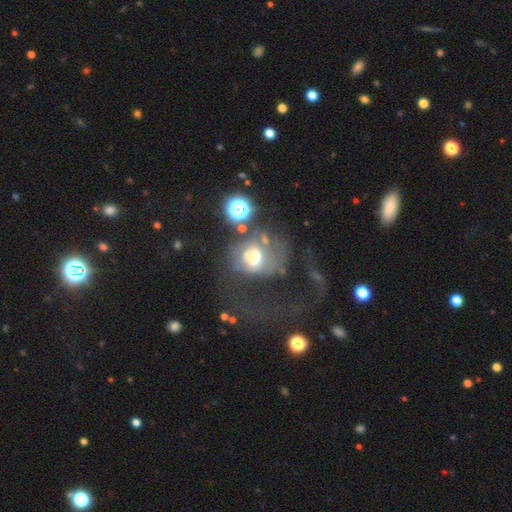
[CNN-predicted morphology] A featured or disk galaxy (41%). Merging: major disturbance (45%).